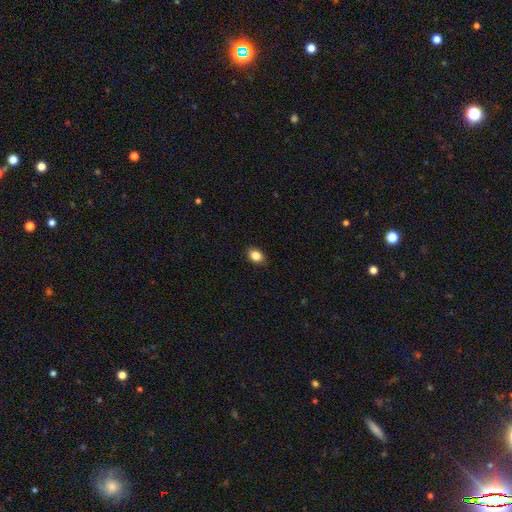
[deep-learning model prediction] The model was most divided on "how rounded": in between: 69%, round: 30%, cigar-shaped: 1%. More confident: merging — none (88%); smooth or featured — smooth (85%).